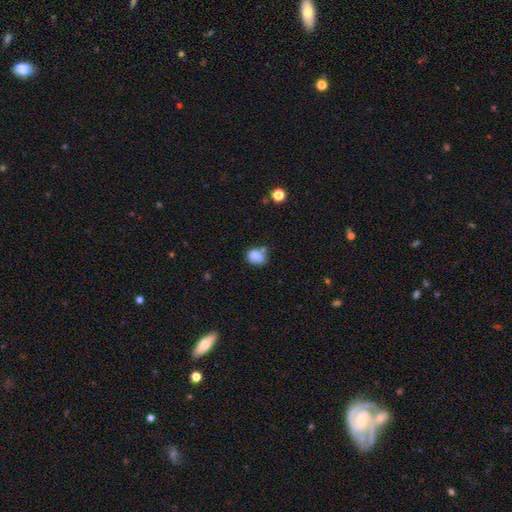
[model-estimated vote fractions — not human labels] Smooth or featured? Predicted: smooth (p=0.81). How rounded? Predicted: in between (p=0.65). Merging? Predicted: none (p=0.49).